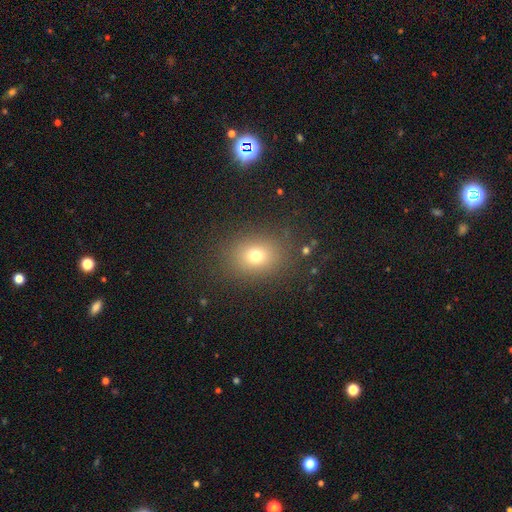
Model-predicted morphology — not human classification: A smooth galaxy with no disk features (73%) that is round (53%).

Vote fractions:
- Smooth or featured? smooth: 73% / star or artifact: 17% / featured or disk: 10%
- How rounded? round: 53% / in between: 46% / cigar-shaped: 1%
- Merging? none: 85% / minor disturbance: 9% / major disturbance: 5% / merger: 1%